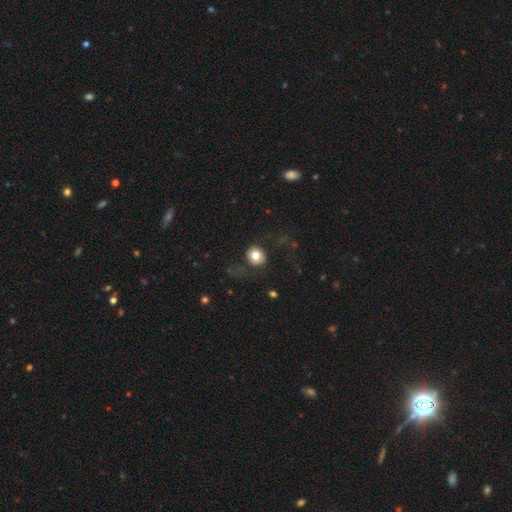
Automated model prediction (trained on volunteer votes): A smooth galaxy with no disk features (75%) that is round (85%). Merging: none (71%).